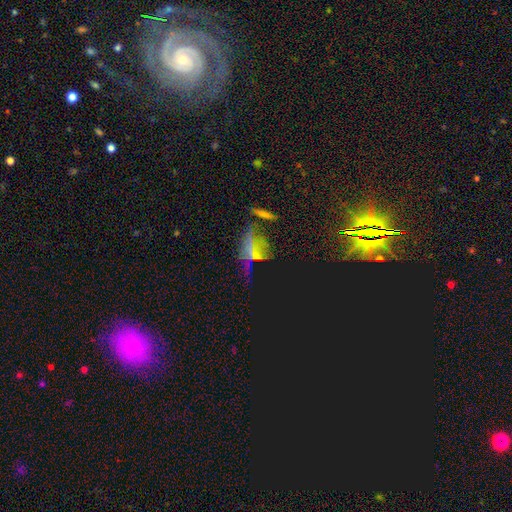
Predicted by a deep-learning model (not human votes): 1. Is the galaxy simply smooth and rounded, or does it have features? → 62% star or artifact, 21% smooth, 16% featured or disk.